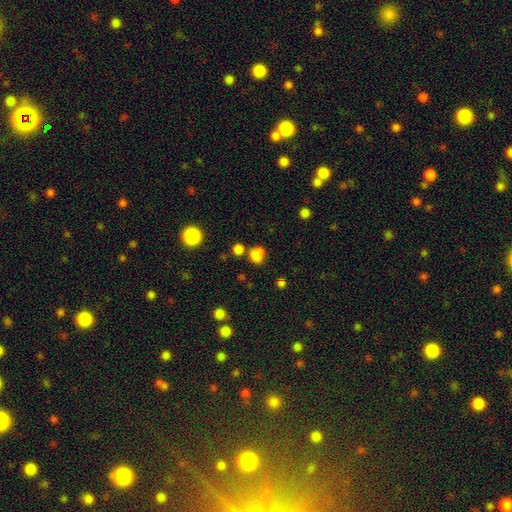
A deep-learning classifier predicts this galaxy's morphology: The model was most divided on "merging": none: 46%, merger: 33%, minor disturbance: 15%, major disturbance: 7%. More confident: smooth or featured — smooth (76%); how rounded — round (67%).